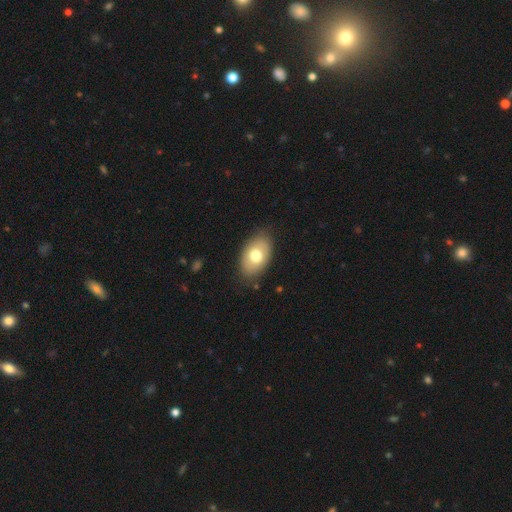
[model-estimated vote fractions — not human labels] Morphology: type=smooth (71%); roundness=in between (91%); merging=none (81%).